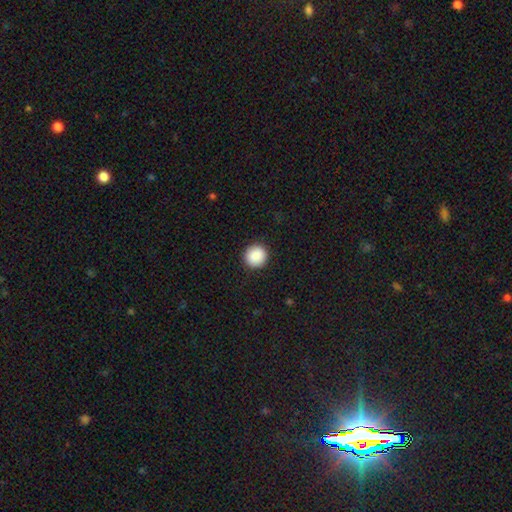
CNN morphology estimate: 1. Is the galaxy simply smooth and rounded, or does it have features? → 89% smooth, 8% star or artifact, 3% featured or disk.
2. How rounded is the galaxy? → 95% round, 4% in between, 1% cigar-shaped.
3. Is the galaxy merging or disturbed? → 93% none, 5% minor disturbance, 2% major disturbance, 1% merger.